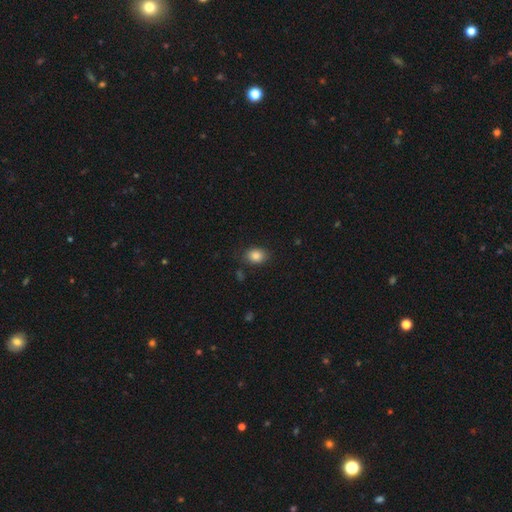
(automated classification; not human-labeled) This is clearly a smooth galaxy (85%). How rounded: likely in between (62%). Merging: clearly none (82%).